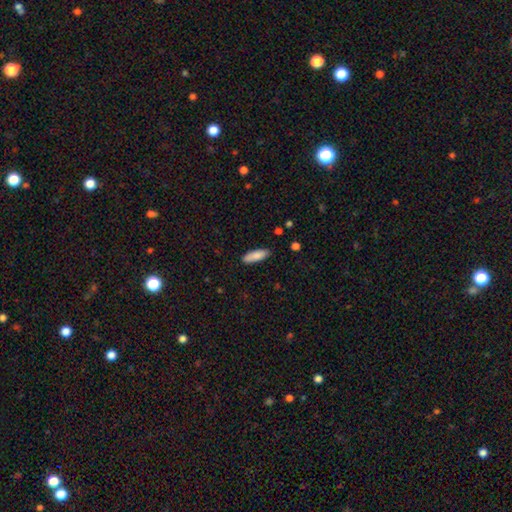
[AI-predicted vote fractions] Morphology: type=smooth (87%); roundness=in between (58%); merging=none (86%).